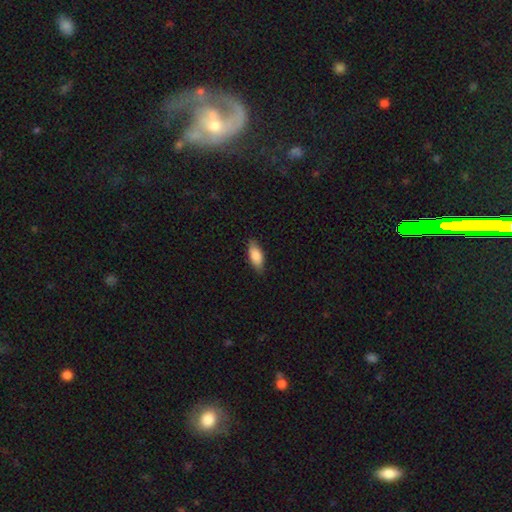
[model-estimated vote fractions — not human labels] Smooth or featured? Predicted: smooth (p=0.84). How rounded? Predicted: in between (p=0.82). Merging? Predicted: none (p=0.84).